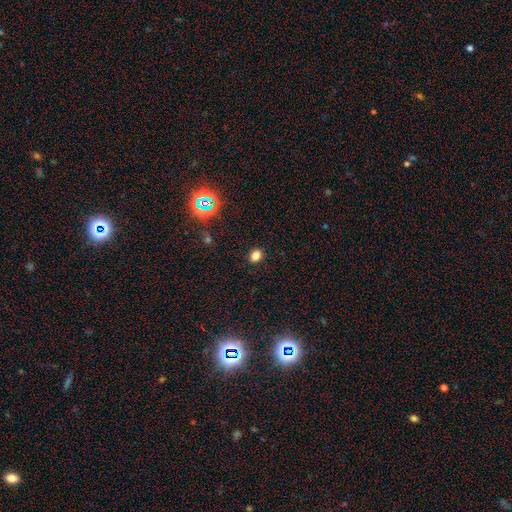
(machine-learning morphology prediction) This appears to be a smooth galaxy with no disk features (79%) that is round (55%). Merging: none (89%).